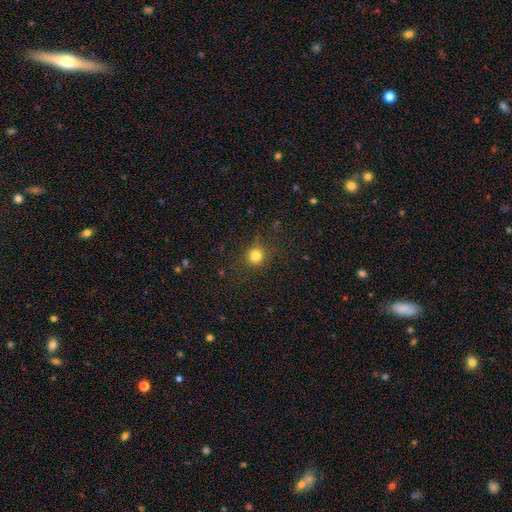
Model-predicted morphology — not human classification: Q: Smooth or featured?
A: smooth (80%); runner-up: star or artifact (14%)
Q: How rounded?
A: round (91%); runner-up: in between (8%)
Q: Merging?
A: none (86%); runner-up: minor disturbance (9%)